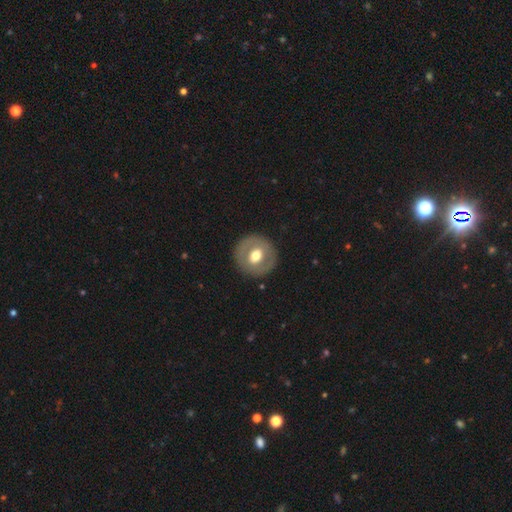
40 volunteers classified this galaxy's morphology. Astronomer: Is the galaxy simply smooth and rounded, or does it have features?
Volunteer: smooth — 55% (runner-up: featured or disk, 40%).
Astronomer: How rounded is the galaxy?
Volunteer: round — 86%.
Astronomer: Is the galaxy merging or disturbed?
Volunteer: none — 92%.